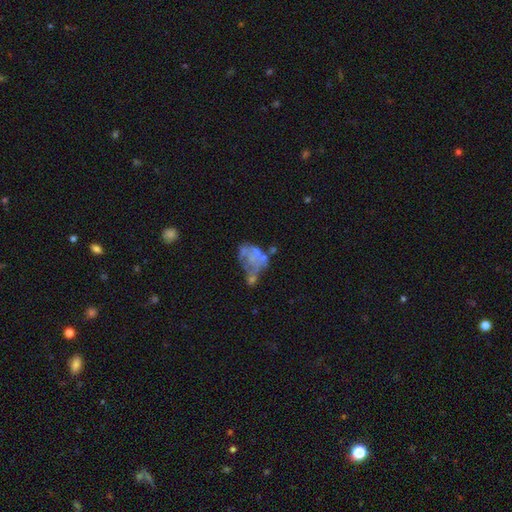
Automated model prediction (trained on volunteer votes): The model was most divided on "merging": major disturbance: 33%, merger: 28%, none: 22%, minor disturbance: 17%. More confident: edge-on disk — no (98%); bar — no (92%); spiral arms — no (87%); bulge size — none (68%); smooth or featured — featured or disk (60%).